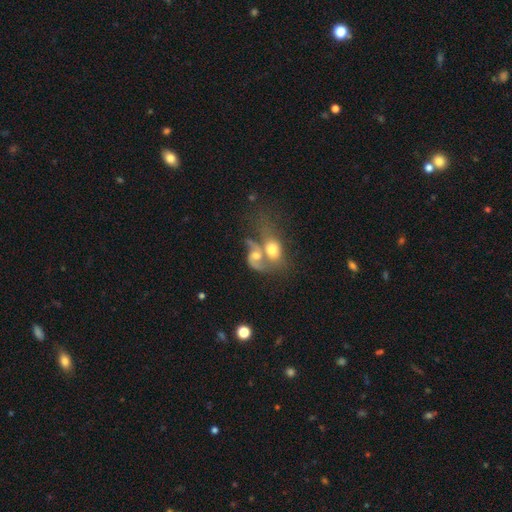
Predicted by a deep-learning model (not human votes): Q: Smooth or featured?
A: featured or disk (58%); runner-up: smooth (34%)
Q: Edge-on disk?
A: no (96%); runner-up: yes (4%)
Q: Bar?
A: no (67%); runner-up: weak (26%)
Q: Spiral arms?
A: yes (73%); runner-up: no (27%)
Q: Bulge size?
A: moderate (58%); runner-up: small (18%)
Q: Merging?
A: merger (74%); runner-up: none (10%)